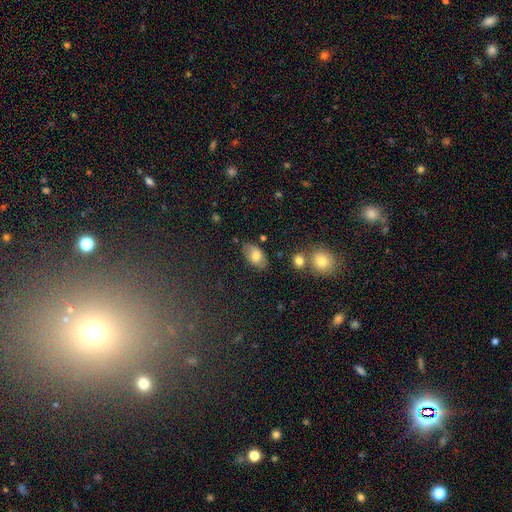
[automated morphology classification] The model was most divided on "smooth or featured": smooth: 74%, featured or disk: 17%, star or artifact: 9%. More confident: how rounded — in between (92%); merging — none (76%).